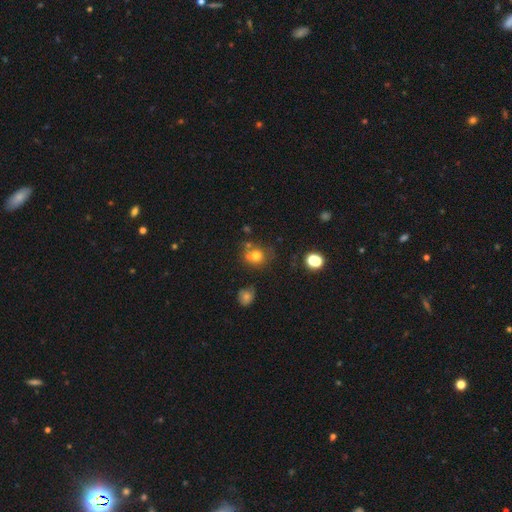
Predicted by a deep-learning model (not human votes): smooth 72%, star or artifact 16%, featured or disk 13%. Down the decision tree: how rounded — round (77%); merging — none (58%).